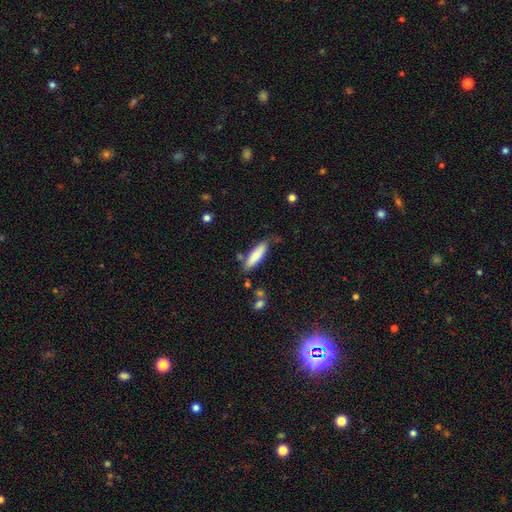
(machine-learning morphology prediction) A smooth galaxy with no disk features (79%) that is cigar-shaped (60%).

Vote fractions:
- Smooth or featured? smooth: 79% / featured or disk: 15% / star or artifact: 6%
- How rounded? cigar-shaped: 60% / in between: 38% / round: 1%
- Merging? none: 72% / minor disturbance: 19% / merger: 5% / major disturbance: 4%